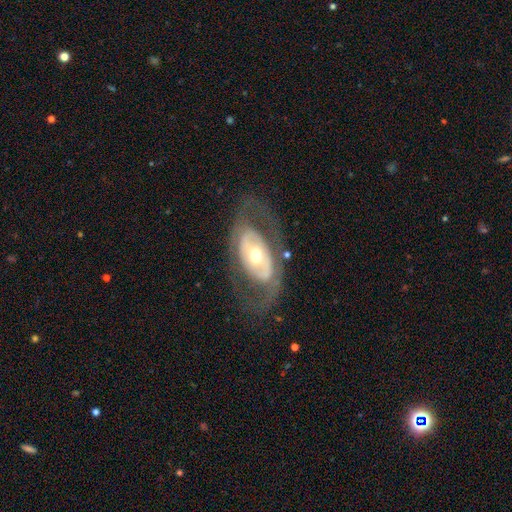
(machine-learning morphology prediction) The model was most divided on "spiral arms": no: 56%, yes: 44%. More confident: edge-on disk — no (91%); smooth or featured — featured or disk (73%); merging — none (70%); bulge size — moderate (67%); bar — no (66%).